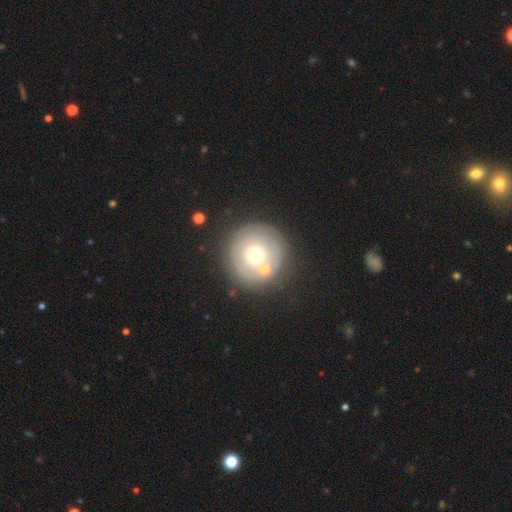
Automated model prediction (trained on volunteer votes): Smooth or featured? Predicted: smooth (p=0.51). How rounded? Predicted: round (p=0.95). Merging? Predicted: none (p=0.71).